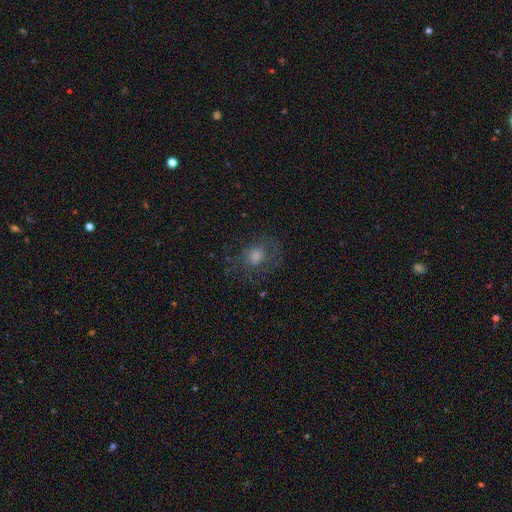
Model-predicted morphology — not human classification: type=smooth (44%); merging=none (70%).